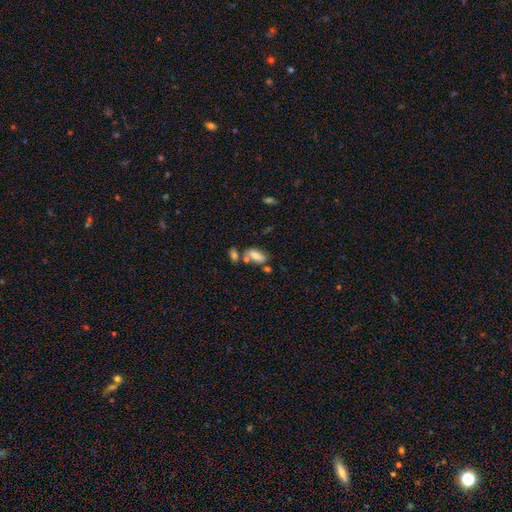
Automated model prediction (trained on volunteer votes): Smooth or featured? Predicted: smooth (p=0.76). How rounded? Predicted: in between (p=0.80). Merging? Predicted: none (p=0.54).